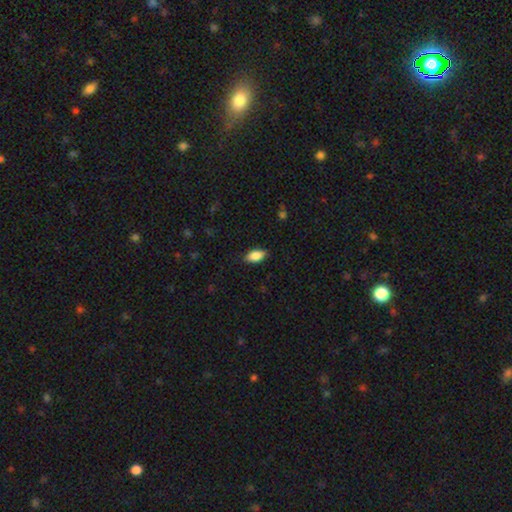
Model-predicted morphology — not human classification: A smooth galaxy with no disk features (86%) that is in between round and cigar-shaped (91%).

Vote fractions:
- Smooth or featured? smooth: 86% / star or artifact: 7% / featured or disk: 7%
- How rounded? in between: 91% / cigar-shaped: 5% / round: 4%
- Merging? none: 85% / minor disturbance: 11% / major disturbance: 2% / merger: 1%